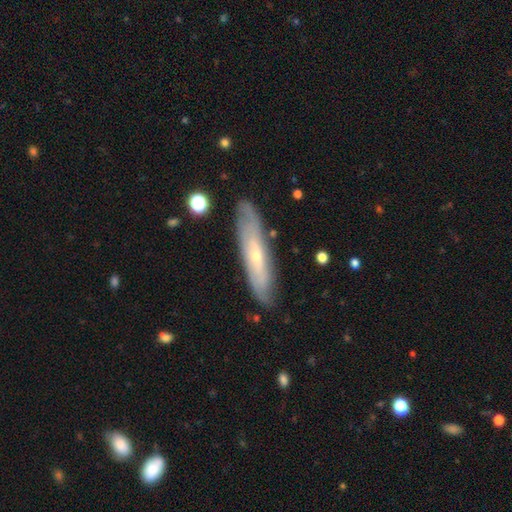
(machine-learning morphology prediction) smooth-or-featured: featured or disk: 57% | smooth: 37% | star or artifact: 7%
  disk-edge-on: yes: 53% | no: 47%
  merging: none: 83% | minor disturbance: 13% | major disturbance: 3% | merger: 2%